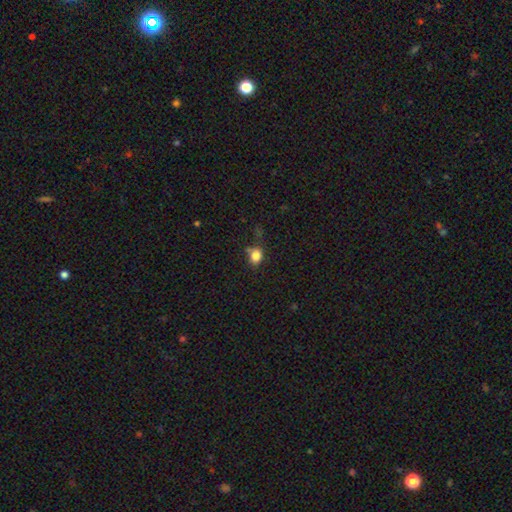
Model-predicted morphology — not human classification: Q: Smooth or featured?
A: smooth (82%); runner-up: star or artifact (12%)
Q: How rounded?
A: in between (51%); runner-up: round (48%)
Q: Merging?
A: none (61%); runner-up: minor disturbance (23%)